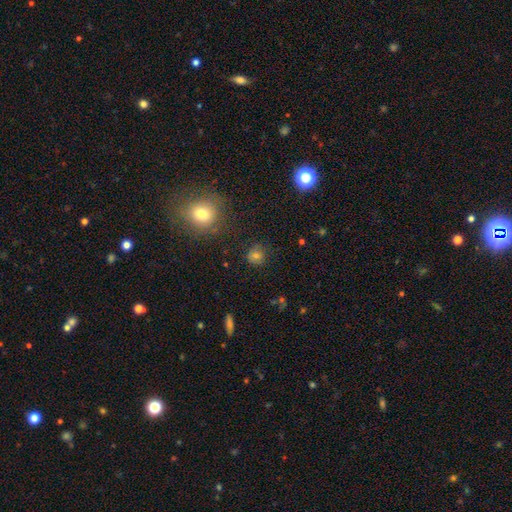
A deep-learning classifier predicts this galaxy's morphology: type=smooth (69%); roundness=round (85%); merging=none (82%).